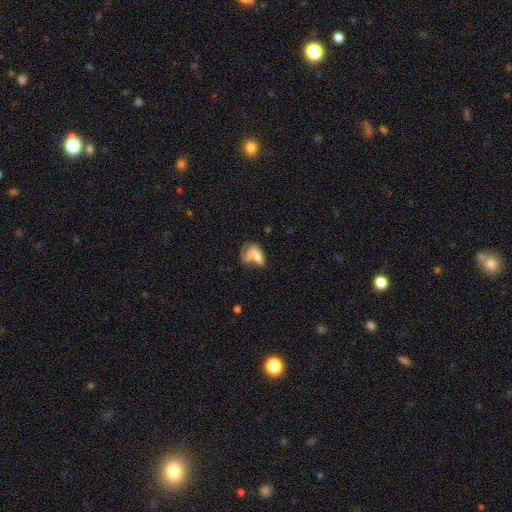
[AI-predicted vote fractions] smooth-or-featured: smooth: 58% | featured or disk: 31% | star or artifact: 11%
  how-rounded: in between: 74% | cigar-shaped: 16% | round: 10%
  merging: merger: 35% | none: 25% | major disturbance: 24% | minor disturbance: 16%